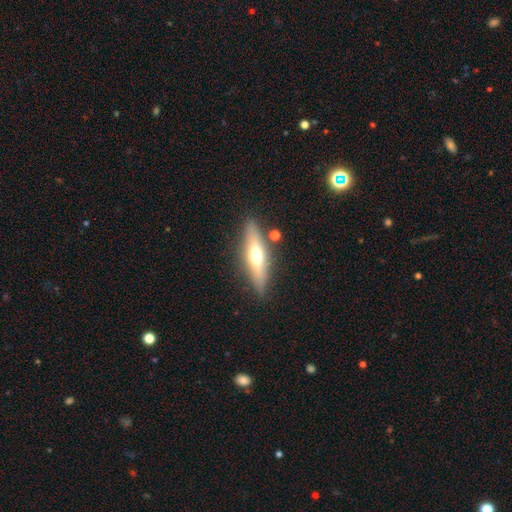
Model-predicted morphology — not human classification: Smooth or featured? Predicted: featured or disk (p=0.50). Edge-on disk? Predicted: yes (p=0.86). Merging? Predicted: none (p=0.81).